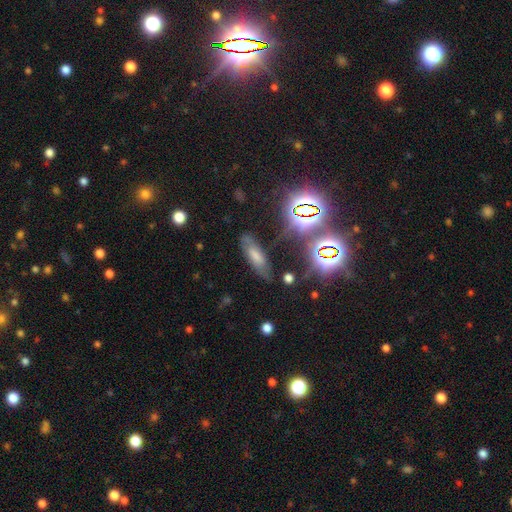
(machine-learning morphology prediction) Q: Smooth or featured?
A: star or artifact (39%); runner-up: smooth (35%)